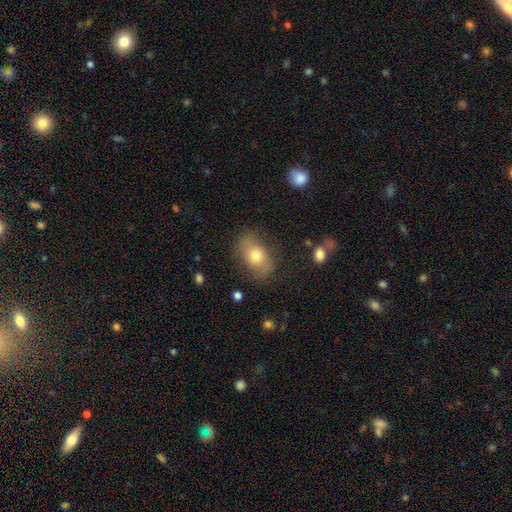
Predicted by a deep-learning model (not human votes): This appears to be a smooth galaxy with no disk features (63%) that is in between round and cigar-shaped (83%). Merging: none (74%).